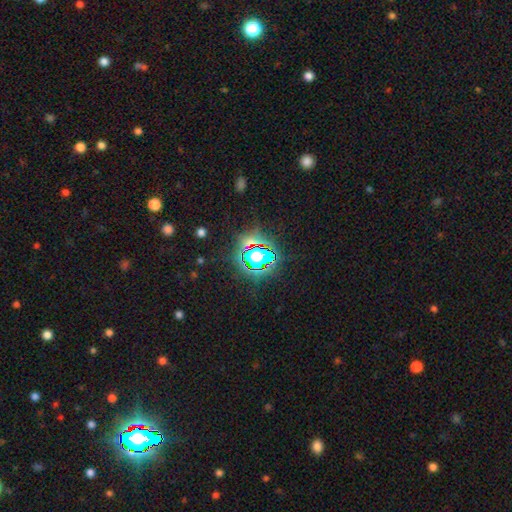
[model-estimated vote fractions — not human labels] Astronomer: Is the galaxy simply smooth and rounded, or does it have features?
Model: star or artifact — 72%.